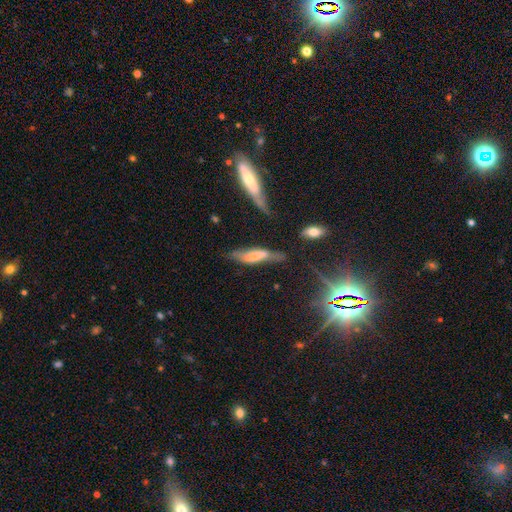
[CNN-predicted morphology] Smooth or featured: smooth — 49% (featured or disk — 42%)
Merging: none — 43% (minor disturbance — 32%)